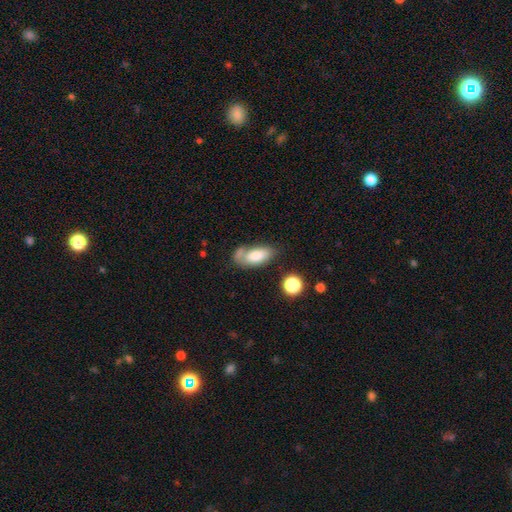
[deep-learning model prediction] smooth 73%, featured or disk 19%, star or artifact 8%. Down the decision tree: how rounded — in between (89%); merging — none (45%).